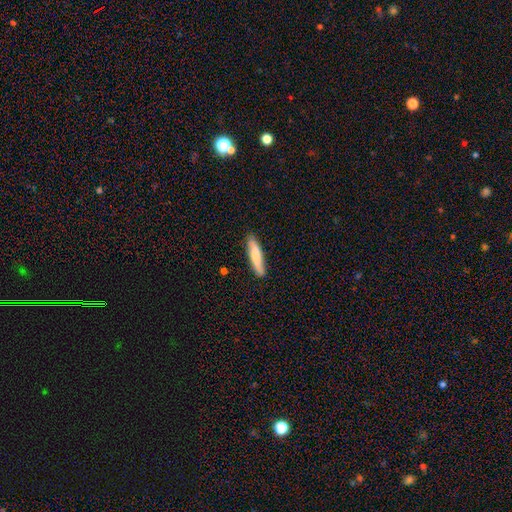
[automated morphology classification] smooth 74%, featured or disk 21%, star or artifact 5%. Down the decision tree: how rounded — cigar-shaped (85%); merging — none (83%).